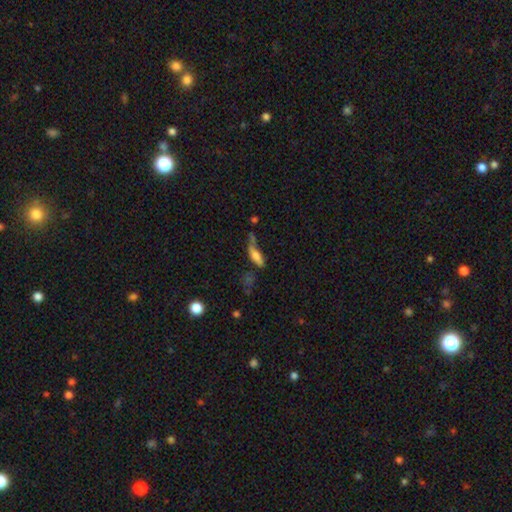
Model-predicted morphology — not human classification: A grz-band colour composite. It shows a smooth galaxy with no disk features (58%) that is in between round and cigar-shaped (49%). Merging: none (30%).